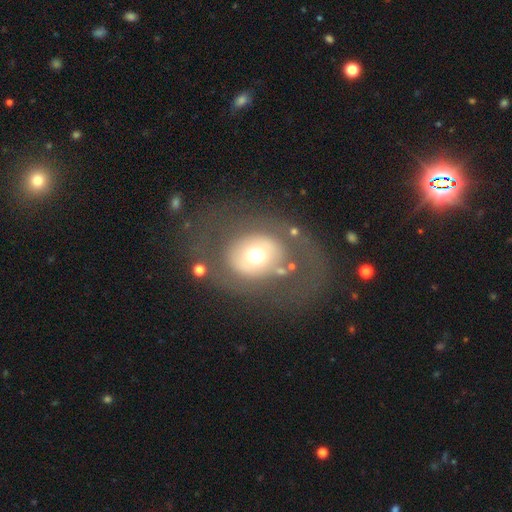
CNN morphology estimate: Overall: smooth (49%; featured or disk 41%). Merging: none (65%).